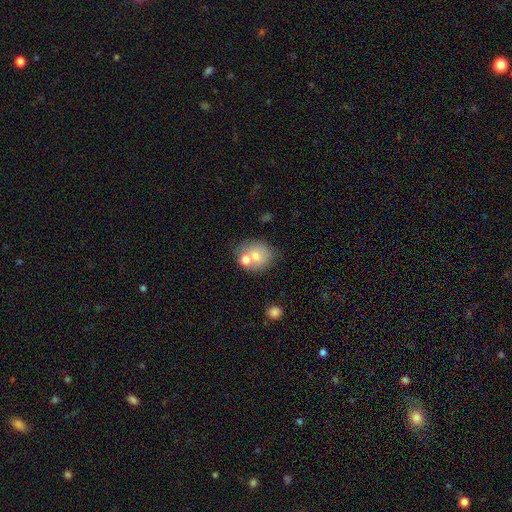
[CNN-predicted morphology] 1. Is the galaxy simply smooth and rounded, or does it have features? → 68% smooth, 22% featured or disk, 10% star or artifact.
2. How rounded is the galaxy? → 75% round, 24% in between, 1% cigar-shaped.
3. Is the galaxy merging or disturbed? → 52% none, 31% merger, 12% minor disturbance, 4% major disturbance.